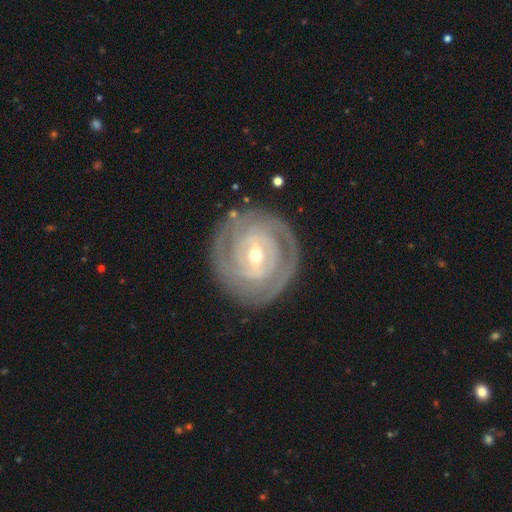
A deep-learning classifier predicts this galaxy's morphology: Smooth or featured?
  - featured or disk: 85% *
  - smooth: 10%
  - star or artifact: 5%
Edge-on disk?
  - no: 97% *
  - yes: 3%
Bar?
  - weak: 47% *
  - strong: 28%
  - no: 24%
Spiral arms?
  - yes: 89% *
  - no: 11%
Spiral winding?
  - tight: 80% *
  - medium: 16%
  - loose: 4%
Spiral arm count?
  - 2: 36% *
  - can't tell: 32%
  - 3: 15%
  - 4: 7%
  - 1: 5%
  - more than 4: 5%
Bulge size?
  - small: 58% *
  - moderate: 39%
  - large: 2%
  - none: 1%
  - dominant: 1%
Merging?
  - none: 83% *
  - minor disturbance: 11%
  - major disturbance: 4%
  - merger: 1%